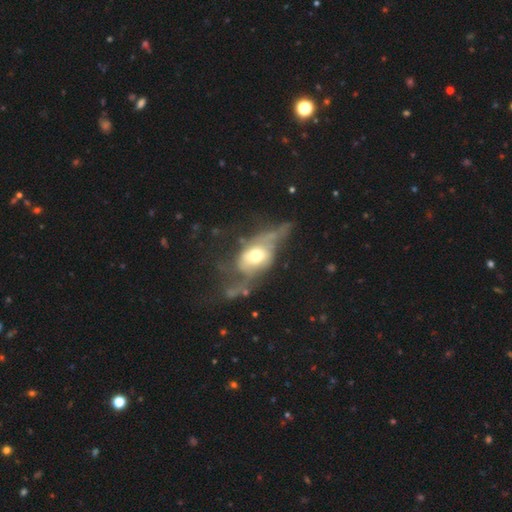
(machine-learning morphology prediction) This is likely a featured or disk galaxy (65%). It is clearly not viewed edge-on (82%). Bar: likely no (72%). Spiral arm pattern: possibly no (50%, tied with yes). Central bulge: possibly moderate (58%). Merging: possibly major disturbance (51%).